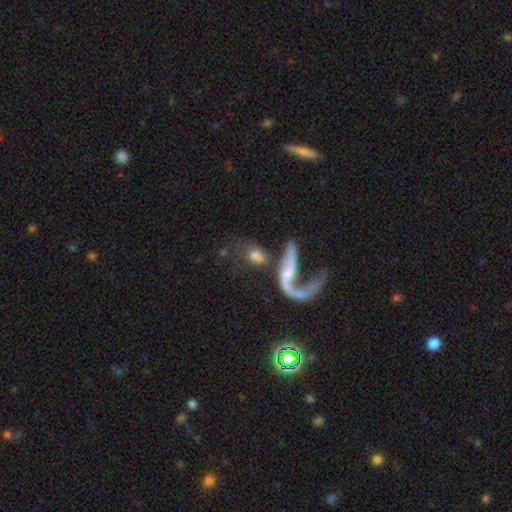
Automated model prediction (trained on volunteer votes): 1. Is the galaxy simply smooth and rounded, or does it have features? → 52% smooth, 39% featured or disk, 9% star or artifact.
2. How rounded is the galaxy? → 46% round, 45% in between, 9% cigar-shaped.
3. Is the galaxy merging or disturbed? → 38% merger, 32% none, 18% major disturbance, 11% minor disturbance.